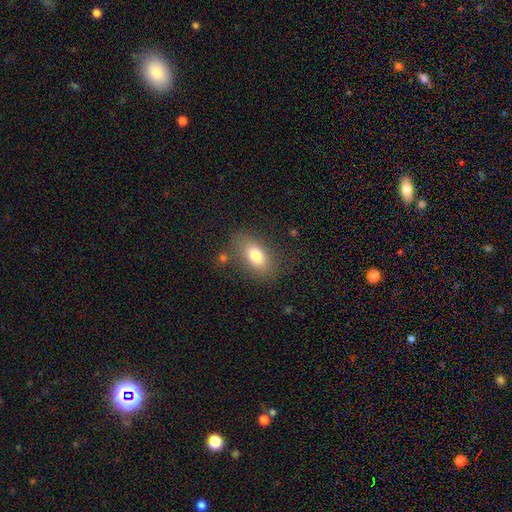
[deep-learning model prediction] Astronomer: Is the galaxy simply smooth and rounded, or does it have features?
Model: smooth — 77%.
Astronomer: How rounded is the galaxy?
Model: in between — 87%.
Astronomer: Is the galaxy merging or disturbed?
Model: none — 74%.